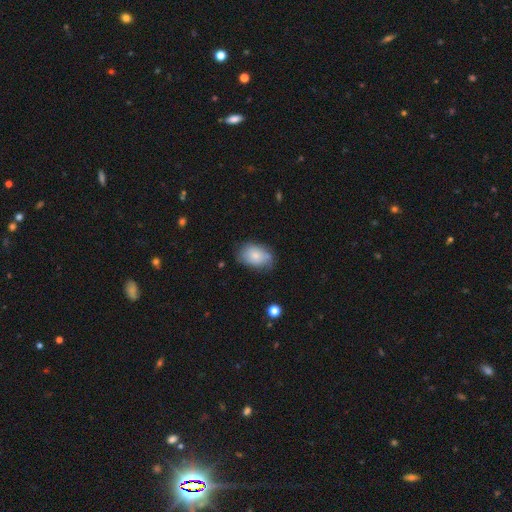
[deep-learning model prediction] This appears to be a smooth galaxy with no disk features (70%) that is in between round and cigar-shaped (83%). Merging: none (60%).